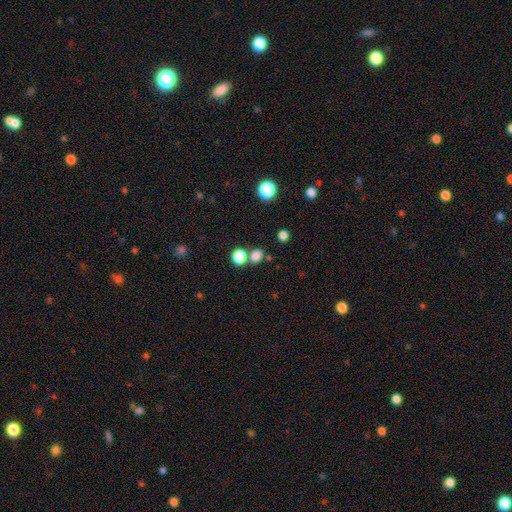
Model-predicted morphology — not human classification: smooth-or-featured: smooth: 80% | star or artifact: 15% | featured or disk: 5%
  how-rounded: round: 59% | in between: 40% | cigar-shaped: 1%
  merging: none: 61% | merger: 26% | minor disturbance: 9% | major disturbance: 4%